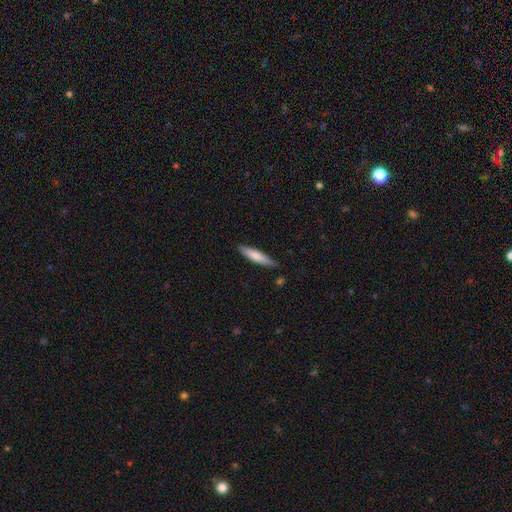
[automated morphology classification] The model was most divided on "smooth or featured": smooth: 73%, featured or disk: 22%, star or artifact: 5%. More confident: merging — none (83%); how rounded — cigar-shaped (82%).